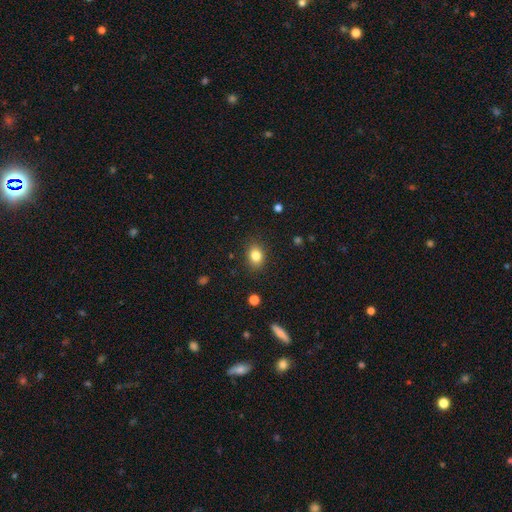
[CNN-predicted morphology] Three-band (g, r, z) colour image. It shows a smooth galaxy with no disk features (84%) that is in between round and cigar-shaped (61%). Merging: none (86%).